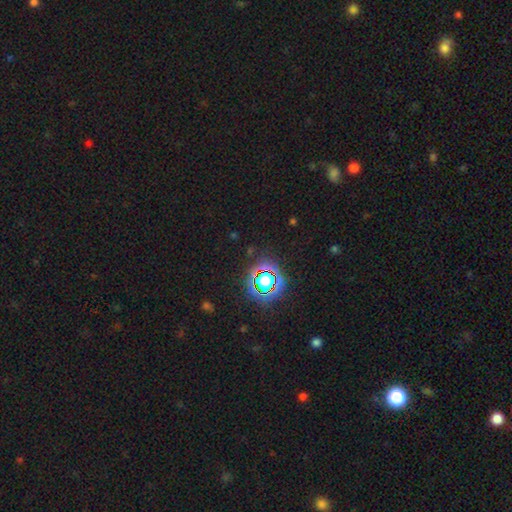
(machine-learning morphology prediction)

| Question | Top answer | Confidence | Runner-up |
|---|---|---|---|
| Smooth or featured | star or artifact | 79% | smooth (13%) |